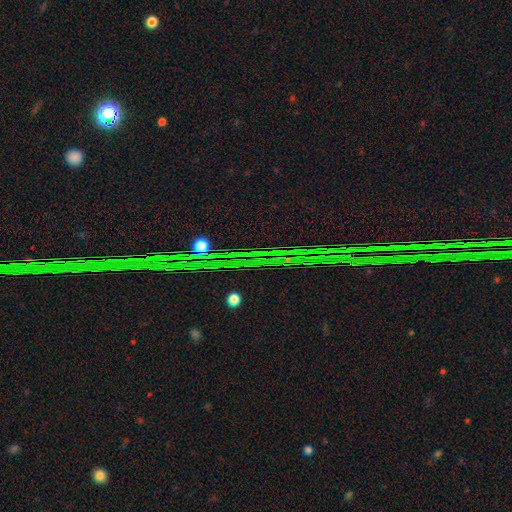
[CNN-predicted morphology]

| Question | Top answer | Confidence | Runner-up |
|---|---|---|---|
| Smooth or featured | star or artifact | 81% | featured or disk (10%) |